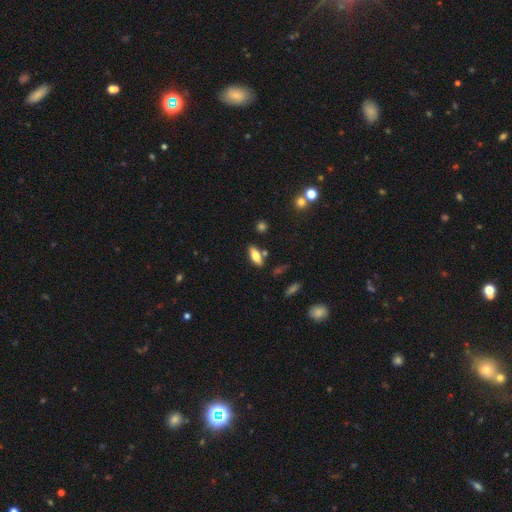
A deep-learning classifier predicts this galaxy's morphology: smooth 72%, featured or disk 21%, star or artifact 8%. Down the decision tree: how rounded — in between (76%); merging — none (78%).